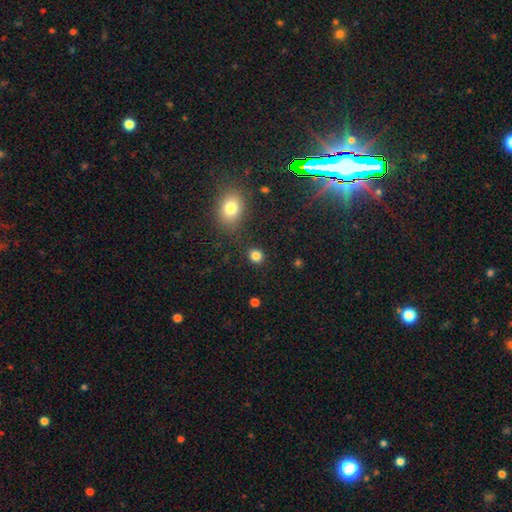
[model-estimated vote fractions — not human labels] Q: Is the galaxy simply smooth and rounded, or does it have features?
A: smooth — 84%.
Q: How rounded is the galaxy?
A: round — 78%.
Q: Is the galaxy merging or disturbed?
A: none — 87%.